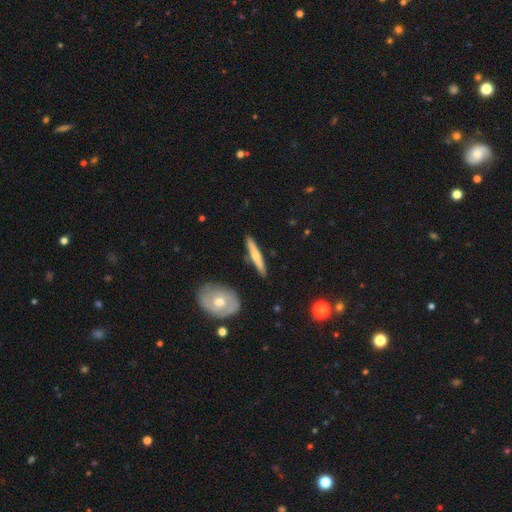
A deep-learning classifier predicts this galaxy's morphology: Q: Smooth or featured?
A: featured or disk (52%); runner-up: smooth (43%)
Q: Edge-on disk?
A: yes (94%); runner-up: no (6%)
Q: Merging?
A: none (89%); runner-up: minor disturbance (7%)